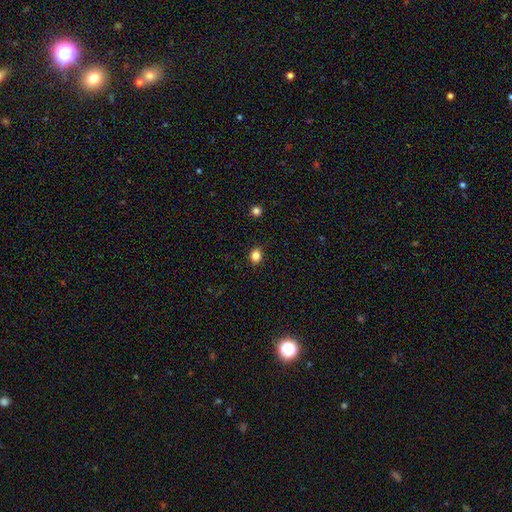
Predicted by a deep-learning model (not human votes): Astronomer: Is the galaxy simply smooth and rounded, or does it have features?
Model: smooth — 84%.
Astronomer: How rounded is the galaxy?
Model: round — 65%.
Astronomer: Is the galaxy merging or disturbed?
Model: none — 89%.